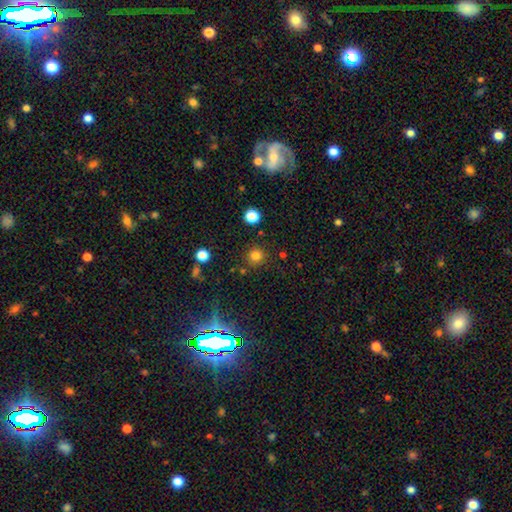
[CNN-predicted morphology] Overall: smooth (80%). How rounded: round (93%). Merging: none (86%).